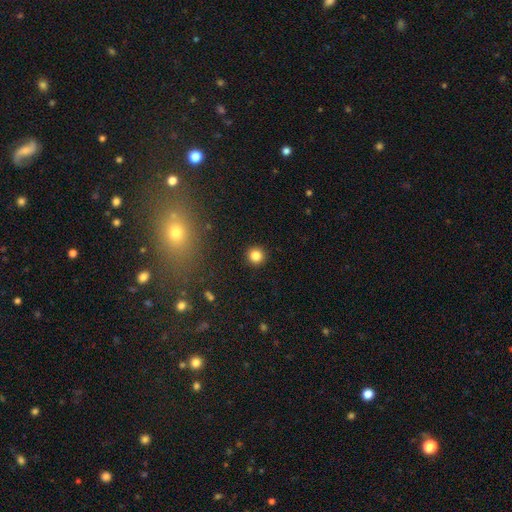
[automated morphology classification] smooth-or-featured: smooth: 83% | star or artifact: 12% | featured or disk: 5%
  how-rounded: round: 95% | in between: 4% | cigar-shaped: 1%
  merging: none: 92% | minor disturbance: 5% | major disturbance: 2% | merger: 1%